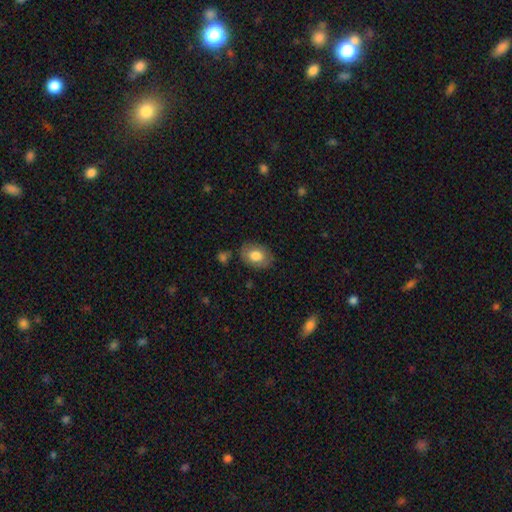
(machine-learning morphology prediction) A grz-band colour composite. It shows a smooth galaxy with no disk features (78%) that is in between round and cigar-shaped (77%). Merging: none (80%).